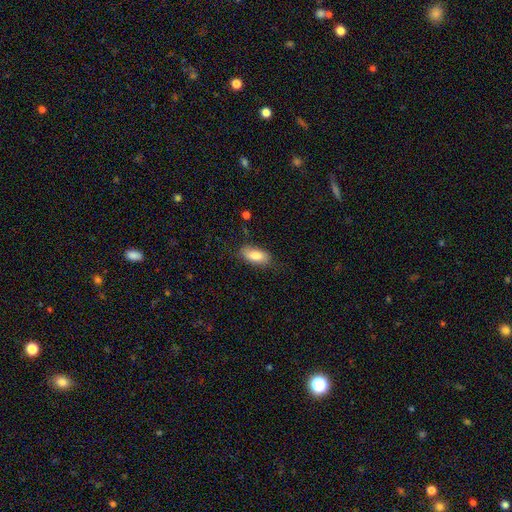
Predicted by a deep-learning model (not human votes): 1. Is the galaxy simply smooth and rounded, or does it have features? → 81% smooth, 12% featured or disk, 7% star or artifact.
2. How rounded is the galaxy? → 90% in between, 7% cigar-shaped, 3% round.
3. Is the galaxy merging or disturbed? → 74% none, 19% minor disturbance, 5% major disturbance, 2% merger.